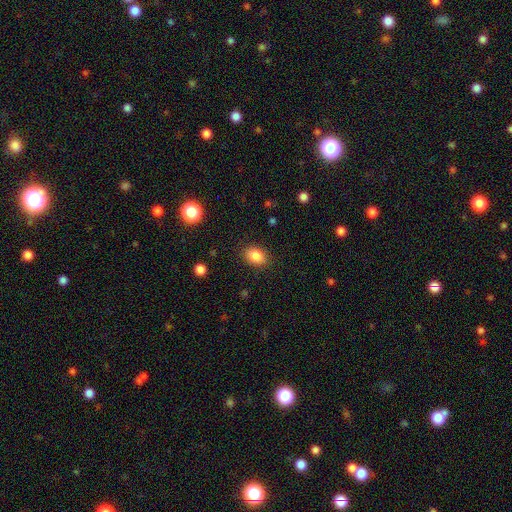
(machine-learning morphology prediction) smooth-or-featured: smooth: 85% | star or artifact: 9% | featured or disk: 6%
  how-rounded: in between: 78% | round: 21% | cigar-shaped: 1%
  merging: none: 87% | minor disturbance: 9% | major disturbance: 3% | merger: 1%